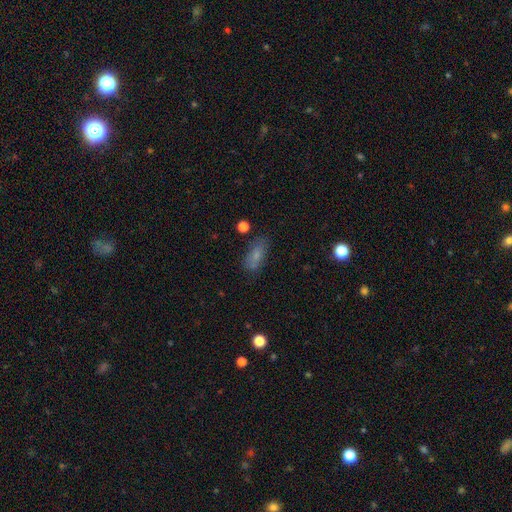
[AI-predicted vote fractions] A smooth galaxy with no disk features (73%) that is in between round and cigar-shaped (78%).

Vote fractions:
- Smooth or featured? smooth: 73% / featured or disk: 15% / star or artifact: 12%
- How rounded? in between: 78% / cigar-shaped: 17% / round: 5%
- Merging? none: 73% / minor disturbance: 17% / major disturbance: 5% / merger: 5%